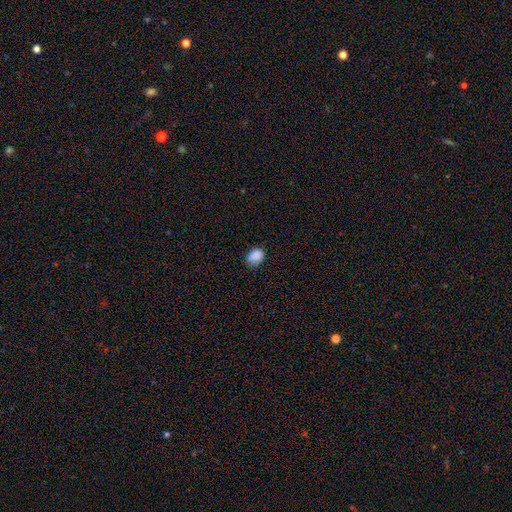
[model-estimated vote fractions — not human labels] Morphology: type=smooth (88%); roundness=in between (60%); merging=none (73%).